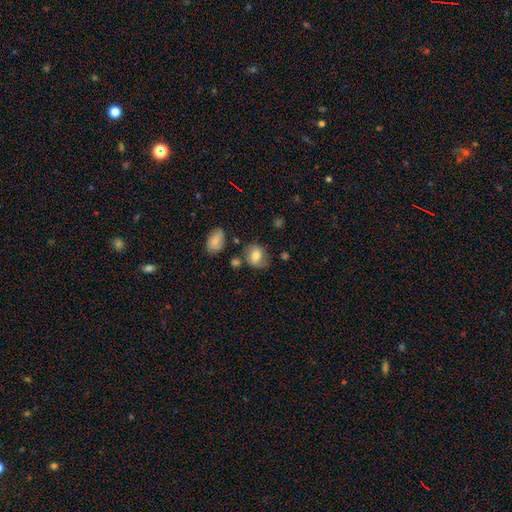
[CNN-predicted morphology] smooth 71%, featured or disk 20%, star or artifact 9%. Down the decision tree: how rounded — round (55%); merging — none (63%).